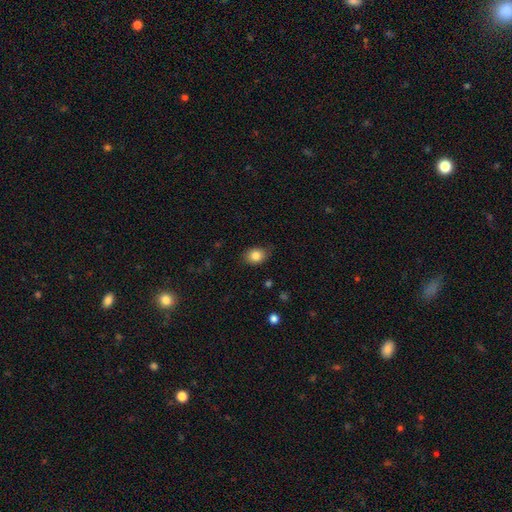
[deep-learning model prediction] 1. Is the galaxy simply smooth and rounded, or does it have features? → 84% smooth, 9% star or artifact, 7% featured or disk.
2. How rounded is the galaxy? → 61% in between, 38% round, 1% cigar-shaped.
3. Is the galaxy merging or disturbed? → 77% none, 18% minor disturbance, 4% major disturbance, 1% merger.